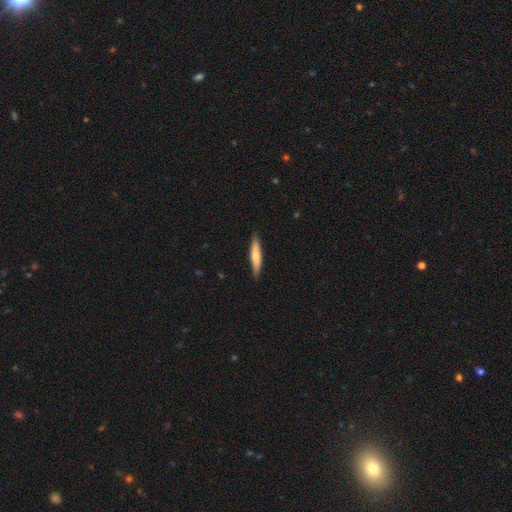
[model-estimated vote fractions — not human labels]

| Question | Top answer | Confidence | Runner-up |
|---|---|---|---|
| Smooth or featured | smooth | 61% | featured or disk (34%) |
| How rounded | cigar-shaped | 89% | in between (10%) |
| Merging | none | 89% | minor disturbance (8%) |